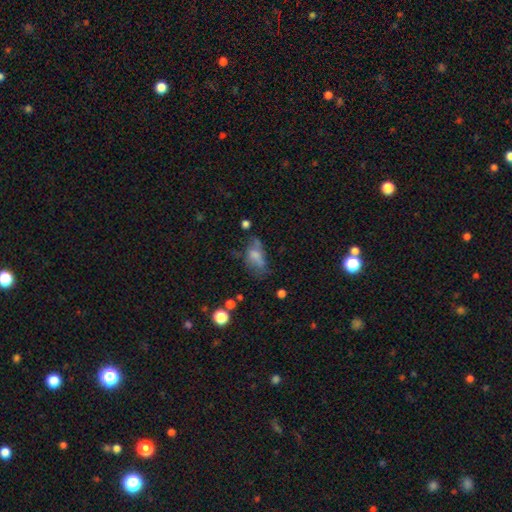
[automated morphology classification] Smooth or featured?
  - smooth: 62% *
  - featured or disk: 27%
  - star or artifact: 12%
How rounded?
  - in between: 85% *
  - round: 8%
  - cigar-shaped: 6%
Merging?
  - none: 38% *
  - minor disturbance: 27%
  - major disturbance: 27%
  - merger: 7%